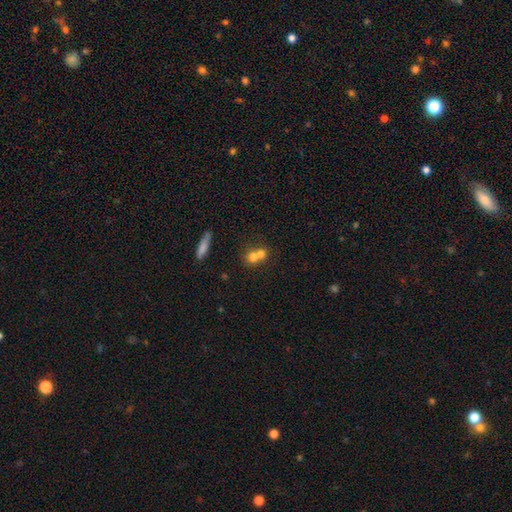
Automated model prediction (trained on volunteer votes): Smooth or featured? Predicted: smooth (p=0.70). How rounded? Predicted: round (p=0.79). Merging? Predicted: merger (p=0.61).